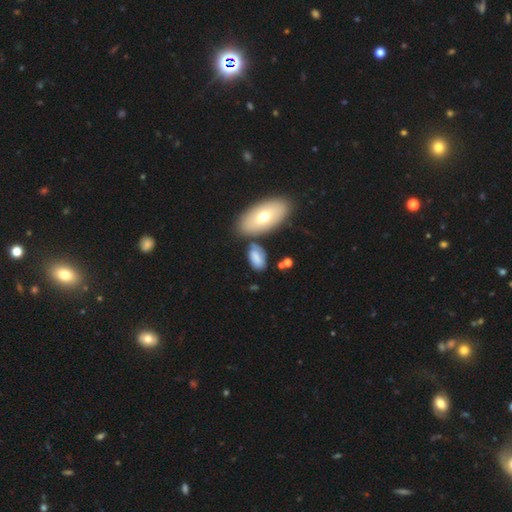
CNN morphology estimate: The model was most divided on "merging": none: 60%, minor disturbance: 20%, merger: 13%, major disturbance: 6%. More confident: how rounded — in between (91%); smooth or featured — smooth (75%).